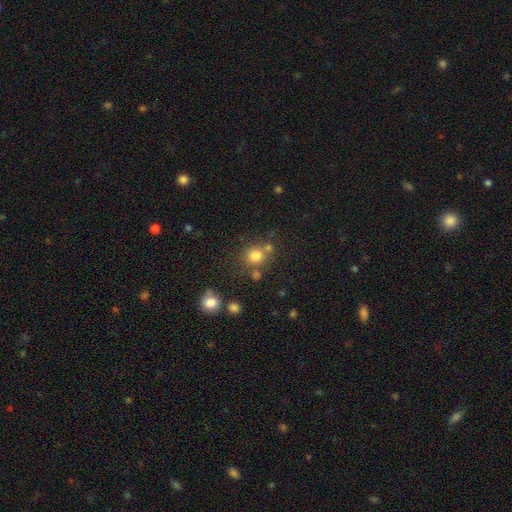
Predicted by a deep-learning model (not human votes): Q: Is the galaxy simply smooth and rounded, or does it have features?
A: smooth — 79%.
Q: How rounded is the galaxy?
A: round — 81%.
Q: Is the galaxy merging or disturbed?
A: none — 66%.